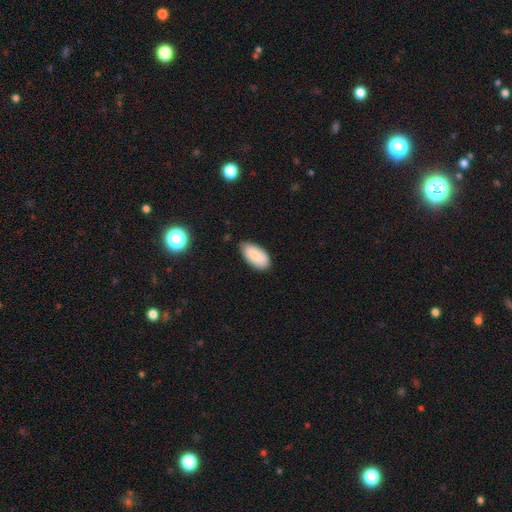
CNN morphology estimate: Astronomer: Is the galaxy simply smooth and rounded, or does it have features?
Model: smooth — 78%.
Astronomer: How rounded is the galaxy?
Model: in between — 94%.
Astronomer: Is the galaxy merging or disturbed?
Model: none — 78%.